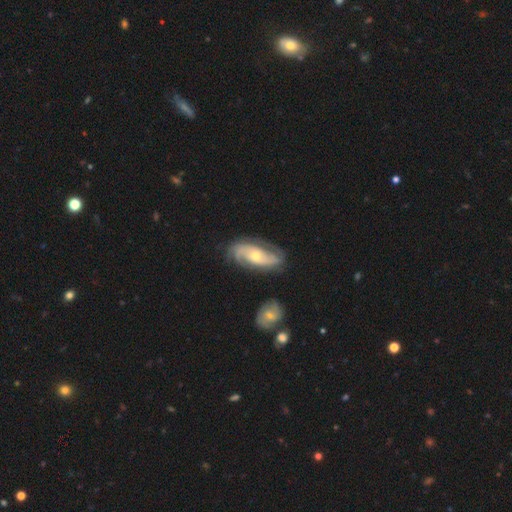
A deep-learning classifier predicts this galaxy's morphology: Smooth or featured? featured or disk (82%)
Edge-on disk? no (94%)
Bar? no (66%)
Spiral arms? yes (94%)
Spiral winding? medium (40%, tied with tight)
Spiral arm count? 2 (64%)
Bulge size? small (48%, tied with moderate)
Merging? none (71%)